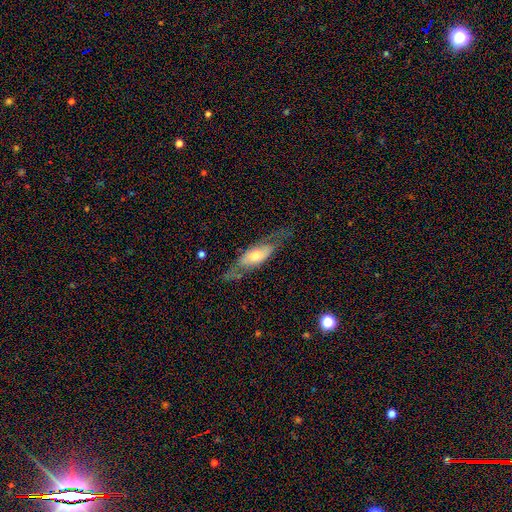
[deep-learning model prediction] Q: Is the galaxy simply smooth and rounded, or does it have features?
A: featured or disk — 59%.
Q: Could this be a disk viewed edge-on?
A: no — 60%.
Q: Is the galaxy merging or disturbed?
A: none — 67%.